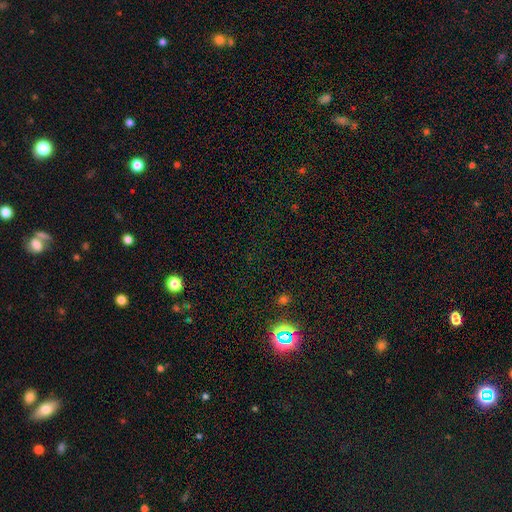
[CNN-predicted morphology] Smooth or featured: star or artifact — 65% (smooth — 27%)